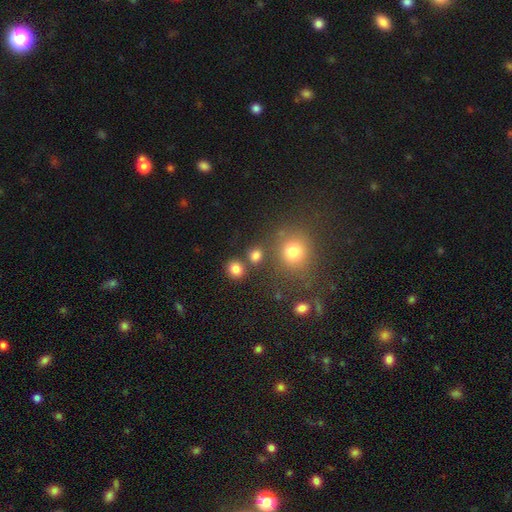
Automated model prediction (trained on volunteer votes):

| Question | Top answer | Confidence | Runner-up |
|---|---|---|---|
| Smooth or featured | smooth | 79% | star or artifact (15%) |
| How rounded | round | 82% | in between (17%) |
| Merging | none | 76% | merger (13%) |